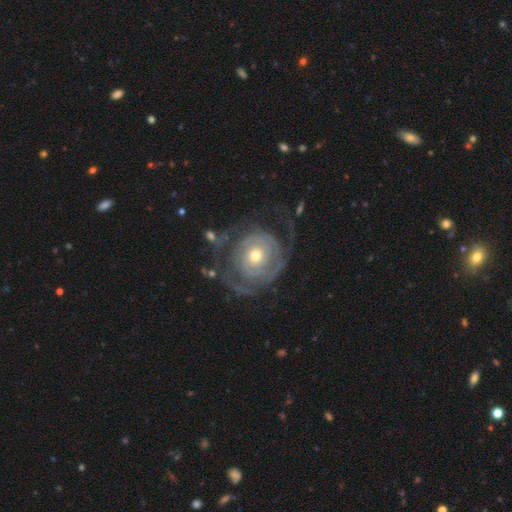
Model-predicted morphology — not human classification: Overall: featured or disk (83%). Edge-on disk: no (97%). Bar: no (81%). Spiral arms: yes (87%). Spiral arm count: can't tell (35%; 2 30%). Spiral winding: tight (66%). Bulge size: moderate (63%; small 29%). Merging: none (52%; major disturbance 27%).